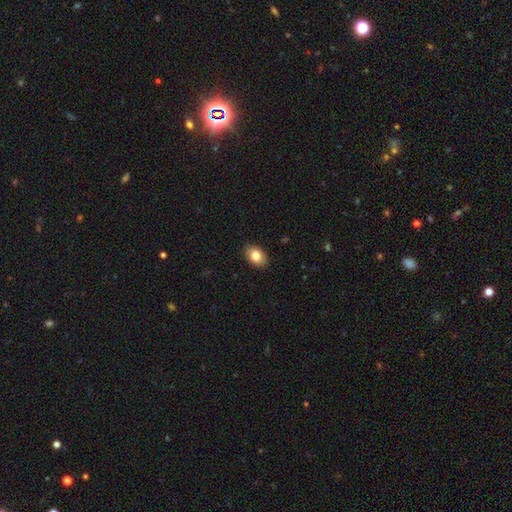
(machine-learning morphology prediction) A smooth galaxy with no disk features (83%) that is in between round and cigar-shaped (83%).

Vote fractions:
- Smooth or featured? smooth: 83% / featured or disk: 10% / star or artifact: 8%
- How rounded? in between: 83% / round: 15% / cigar-shaped: 1%
- Merging? none: 89% / minor disturbance: 8% / major disturbance: 2% / merger: 1%